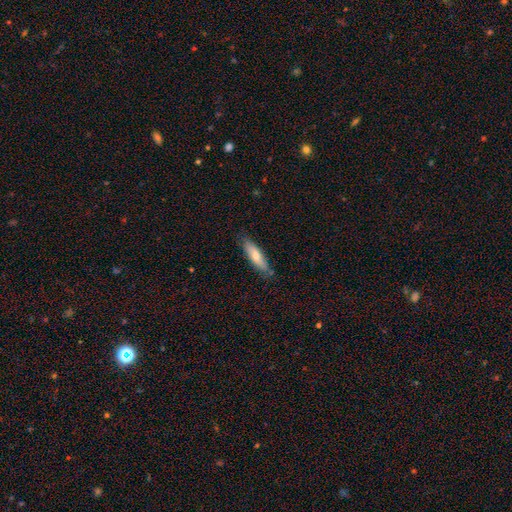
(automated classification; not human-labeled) Q: Smooth or featured?
A: smooth (69%); runner-up: featured or disk (25%)
Q: How rounded?
A: cigar-shaped (60%); runner-up: in between (38%)
Q: Merging?
A: none (80%); runner-up: minor disturbance (16%)